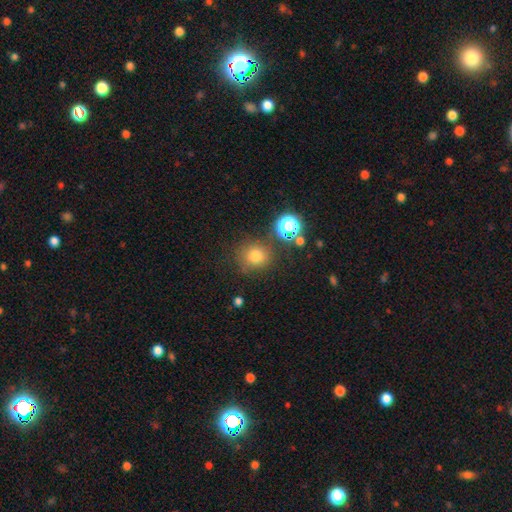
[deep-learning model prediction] The model was most divided on "smooth or featured": smooth: 76%, star or artifact: 17%, featured or disk: 7%. More confident: how rounded — round (86%); merging — none (77%).